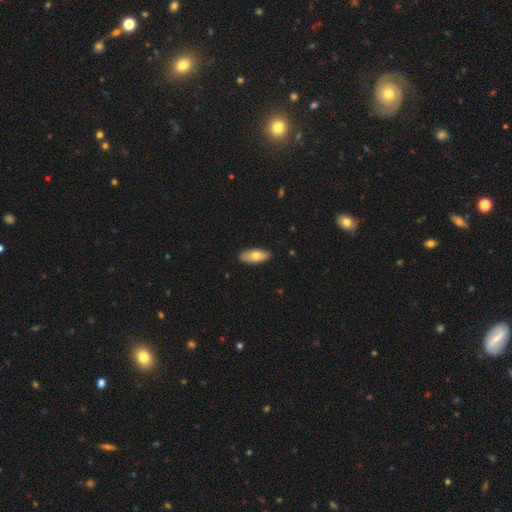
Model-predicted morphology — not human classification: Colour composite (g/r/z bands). It shows a smooth galaxy with no disk features (69%) that is in between round and cigar-shaped (83%). Merging: none (88%).